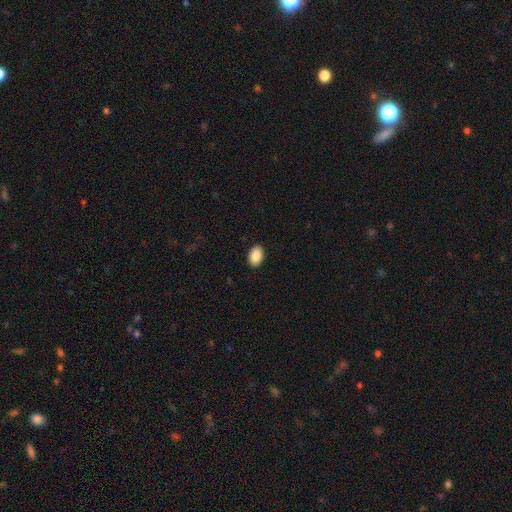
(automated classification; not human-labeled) smooth_or_featured: smooth (p=0.90) [alt: star or artifact p=0.07]
how_rounded: in between (p=0.88) [alt: round p=0.11]
merging: none (p=0.90) [alt: minor disturbance p=0.07]